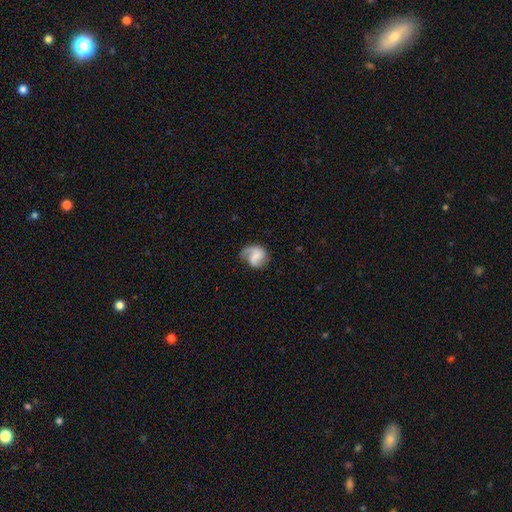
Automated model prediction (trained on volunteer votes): The model was most divided on "bar" (2-way tie): weak: 42%, no: 42%, strong: 16%. Remaining: edge-on disk — no (98%); spiral arms — yes (91%); smooth or featured — featured or disk (62%); merging — none (53%); spiral arm count — 1 (49%); bulge size — none (45%); spiral winding — loose (41%).